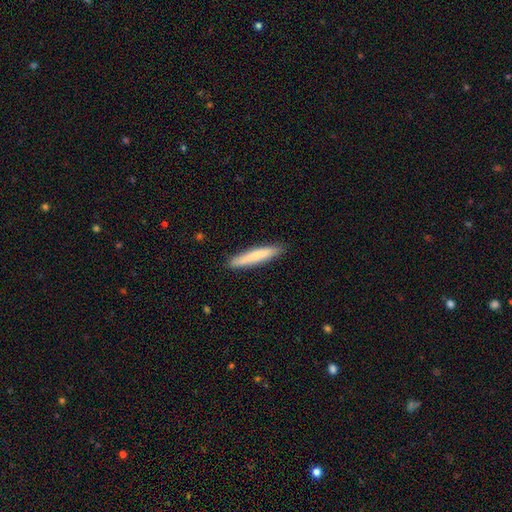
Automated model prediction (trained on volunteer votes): Smooth or featured? Predicted: smooth (p=0.77). How rounded? Predicted: cigar-shaped (p=0.93). Merging? Predicted: none (p=0.90).